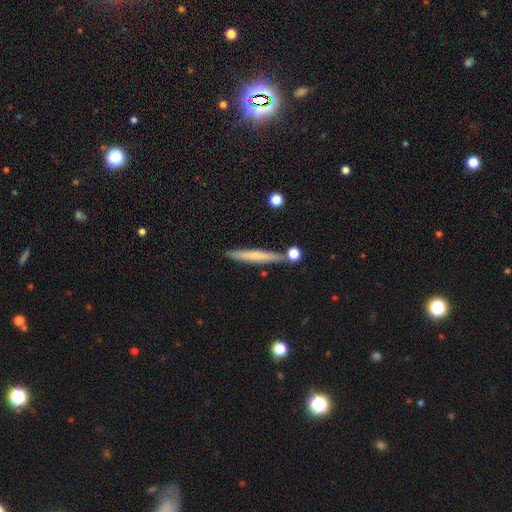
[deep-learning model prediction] This appears to be a smooth galaxy with no disk features (61%) that is cigar-shaped (95%). Merging: none (83%).